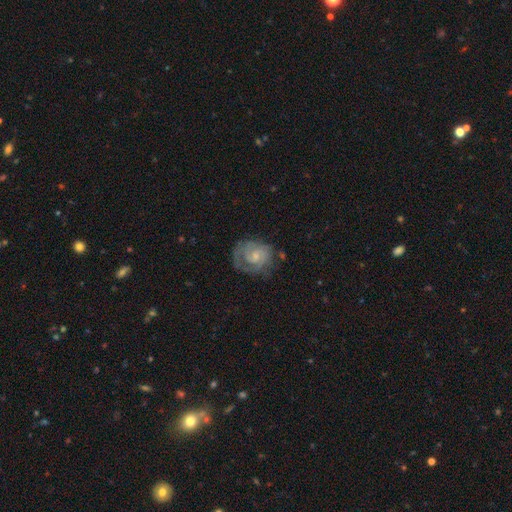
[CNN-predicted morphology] type=featured or disk (75%); edge-on=no (98%); bar=no (63%); spiral arms=yes (91%); winding=tight (56%); arm count=2 (46%); bulge=small (61%); merging=none (59%).